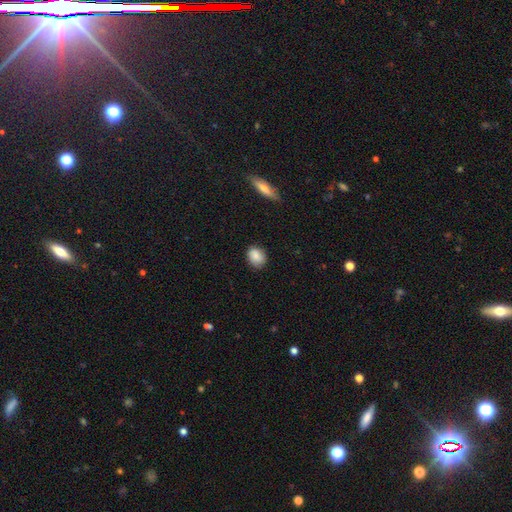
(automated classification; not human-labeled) A smooth galaxy with no disk features (85%) that is in between round and cigar-shaped (53%). Merging: none (78%).